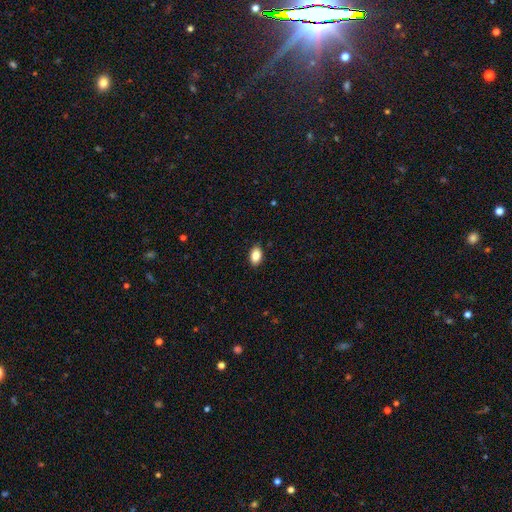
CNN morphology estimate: smooth_or_featured: smooth (p=0.87) [alt: star or artifact p=0.08]
how_rounded: in between (p=0.91) [alt: round p=0.08]
merging: none (p=0.89) [alt: minor disturbance p=0.08]